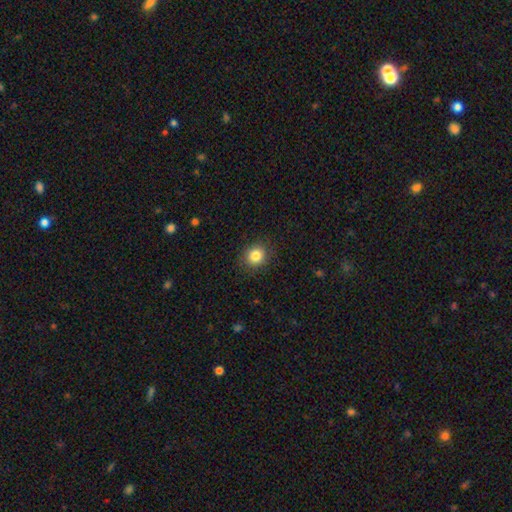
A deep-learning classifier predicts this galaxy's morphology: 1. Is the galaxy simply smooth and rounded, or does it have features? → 84% smooth, 10% star or artifact, 5% featured or disk.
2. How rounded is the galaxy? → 78% round, 21% in between, 1% cigar-shaped.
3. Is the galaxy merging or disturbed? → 89% none, 8% minor disturbance, 3% major disturbance, 1% merger.